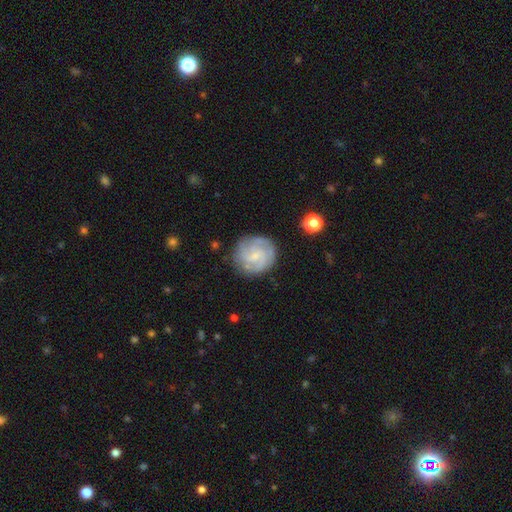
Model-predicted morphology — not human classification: Smooth or featured?
  - featured or disk: 74% *
  - smooth: 20%
  - star or artifact: 7%
Edge-on disk?
  - no: 98% *
  - yes: 2%
Bar?
  - no: 52% *
  - weak: 41%
  - strong: 6%
Spiral arms?
  - yes: 93% *
  - no: 7%
Spiral winding?
  - tight: 54% *
  - medium: 36%
  - loose: 10%
Spiral arm count?
  - 3: 32% *
  - can't tell: 26%
  - 2: 23%
  - 4: 10%
  - 1: 5%
  - more than 4: 5%
Bulge size?
  - small: 56% *
  - none: 23%
  - moderate: 19%
  - large: 2%
  - dominant: 1%
Merging?
  - none: 80% *
  - minor disturbance: 14%
  - major disturbance: 5%
  - merger: 2%